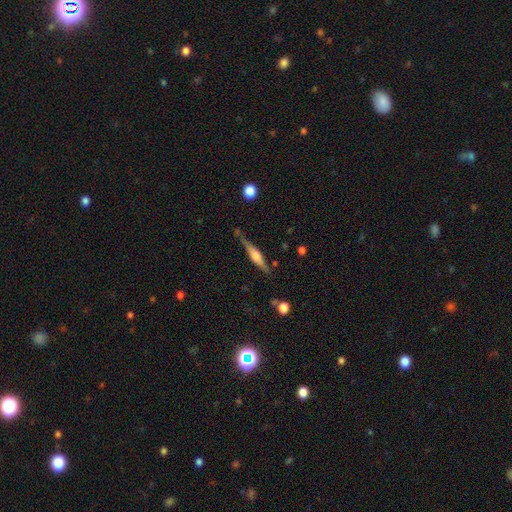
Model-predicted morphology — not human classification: This is likely a featured or disk galaxy (69%). It is clearly viewed edge-on (97%). Edge-on bulge: clearly rounded (81%). Merging: likely none (77%).